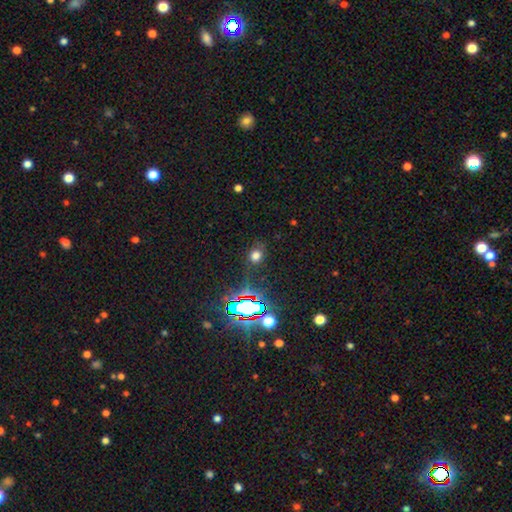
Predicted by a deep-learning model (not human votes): Smooth or featured?
  - smooth: 65% *
  - star or artifact: 26%
  - featured or disk: 8%
How rounded?
  - round: 65% *
  - in between: 33%
  - cigar-shaped: 2%
Merging?
  - none: 74% *
  - minor disturbance: 16%
  - major disturbance: 7%
  - merger: 3%